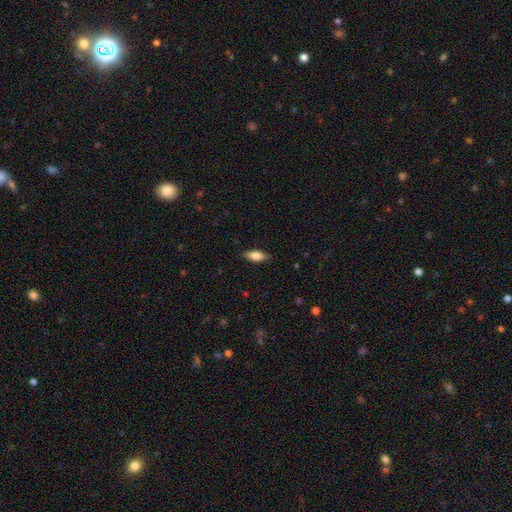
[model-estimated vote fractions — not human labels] Smooth or featured: smooth — 78% (featured or disk — 16%)
How rounded: in between — 79% (cigar-shaped — 18%)
Merging: none — 88% (minor disturbance — 9%)